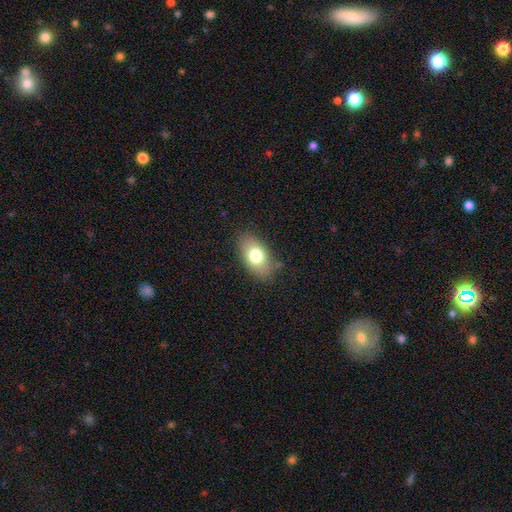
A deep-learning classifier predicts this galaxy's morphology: Smooth or featured? smooth (74%)
How rounded? in between (90%)
Merging? none (81%)